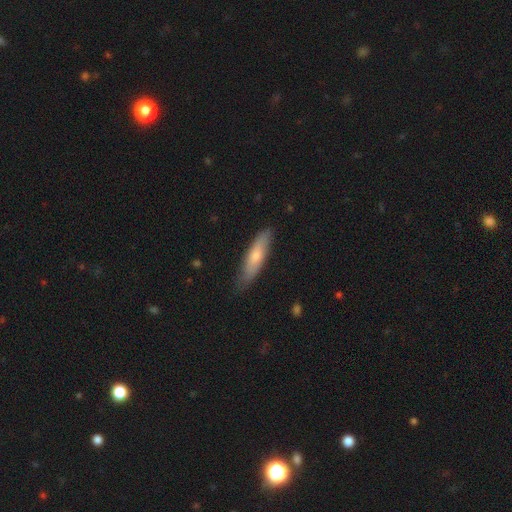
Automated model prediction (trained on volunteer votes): A smooth galaxy with no disk features (67%) that is cigar-shaped (68%).

Vote fractions:
- Smooth or featured? smooth: 67% / featured or disk: 27% / star or artifact: 5%
- How rounded? cigar-shaped: 68% / in between: 31% / round: 2%
- Merging? none: 78% / minor disturbance: 18% / major disturbance: 3% / merger: 1%